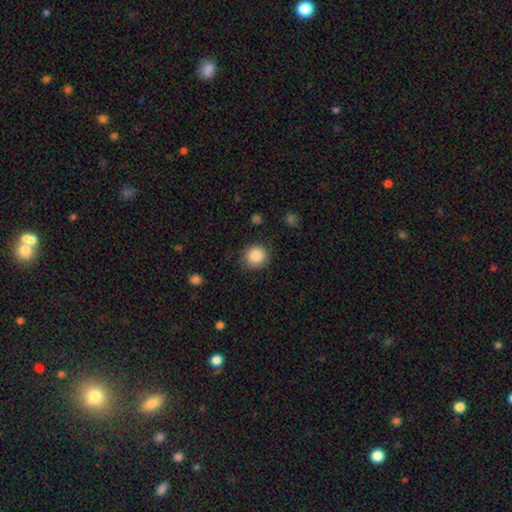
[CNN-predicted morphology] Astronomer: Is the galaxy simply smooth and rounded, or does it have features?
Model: smooth — 87%.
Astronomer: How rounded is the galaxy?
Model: round — 90%.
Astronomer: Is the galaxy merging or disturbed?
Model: none — 86%.